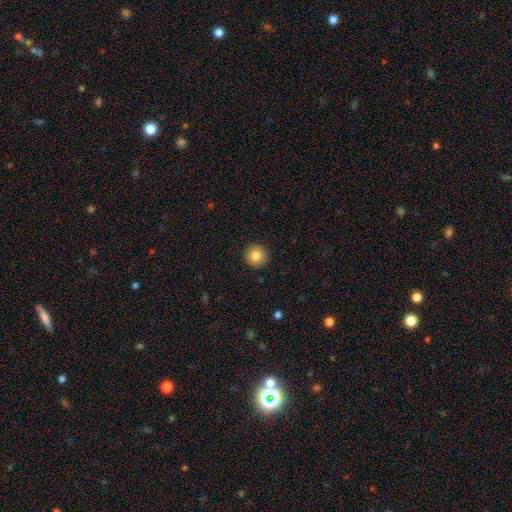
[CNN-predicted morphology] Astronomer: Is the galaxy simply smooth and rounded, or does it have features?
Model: smooth — 84%.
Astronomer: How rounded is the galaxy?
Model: round — 96%.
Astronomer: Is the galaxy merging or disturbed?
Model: none — 93%.